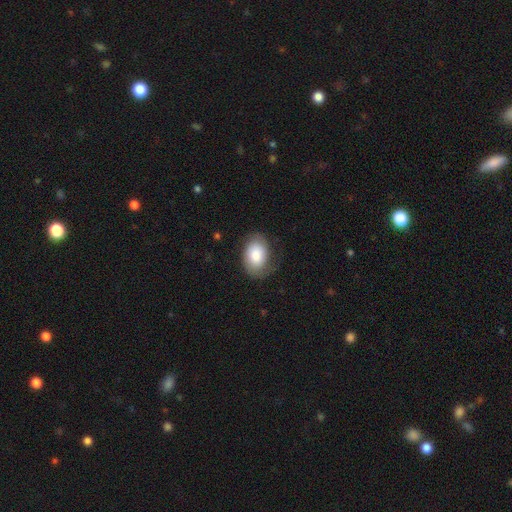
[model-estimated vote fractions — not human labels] Smooth or featured: smooth — 75% (featured or disk — 18%)
How rounded: in between — 83% (round — 16%)
Merging: none — 67% (minor disturbance — 22%)